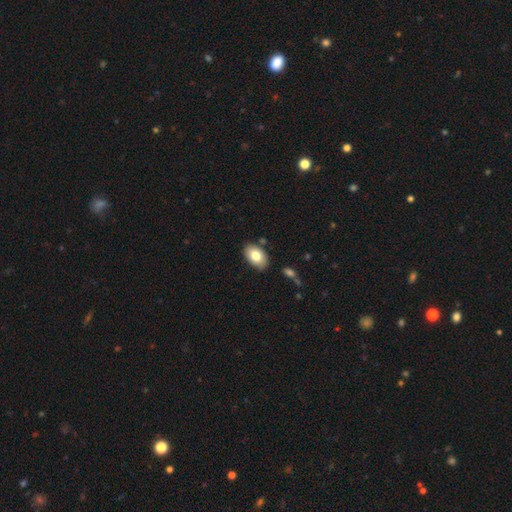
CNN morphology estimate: Q: Smooth or featured?
A: smooth (80%); runner-up: featured or disk (13%)
Q: How rounded?
A: in between (91%); runner-up: round (8%)
Q: Merging?
A: none (82%); runner-up: minor disturbance (12%)